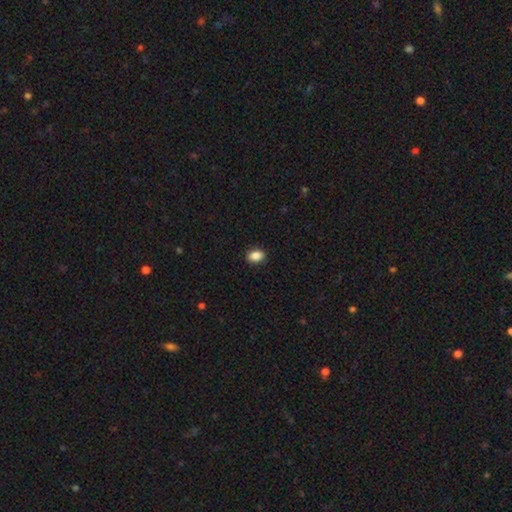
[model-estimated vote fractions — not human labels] Smooth or featured? Predicted: smooth (p=0.88). How rounded? Predicted: in between (p=0.76). Merging? Predicted: none (p=0.90).